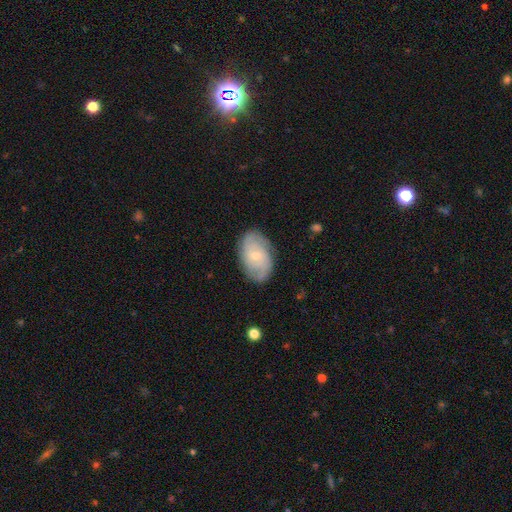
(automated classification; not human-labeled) Smooth or featured: featured or disk — 67% (smooth — 27%)
Edge-on disk: no — 96% (yes — 4%)
Bar: no — 56% (weak — 39%)
Spiral arms: yes — 89% (no — 11%)
Spiral winding: tight — 49% (medium — 38%)
Spiral arm count: 2 — 39% (can't tell — 33%)
Bulge size: small — 62% (moderate — 34%)
Merging: none — 80% (minor disturbance — 15%)